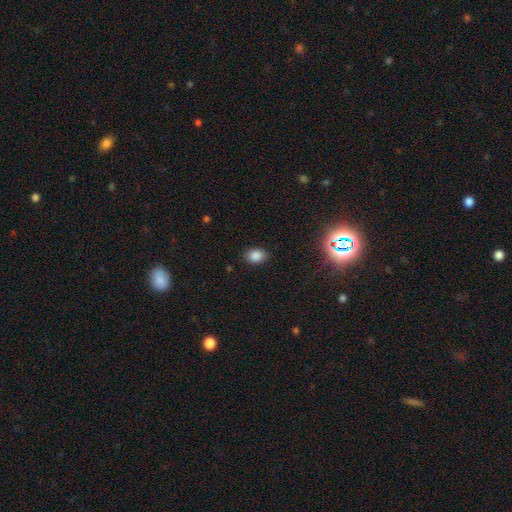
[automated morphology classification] smooth_or_featured: smooth (p=0.84) [alt: star or artifact p=0.11]
how_rounded: in between (p=0.74) [alt: round p=0.25]
merging: none (p=0.87) [alt: minor disturbance p=0.09]